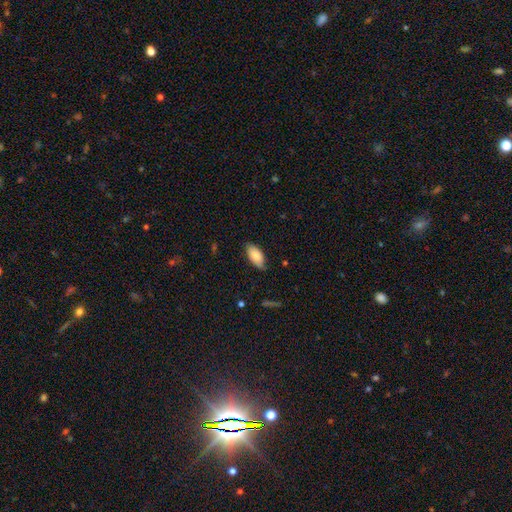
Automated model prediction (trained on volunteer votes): The model was most divided on "merging": none: 77%, minor disturbance: 19%, major disturbance: 3%, merger: 1%. More confident: how rounded — in between (93%); smooth or featured — smooth (84%).